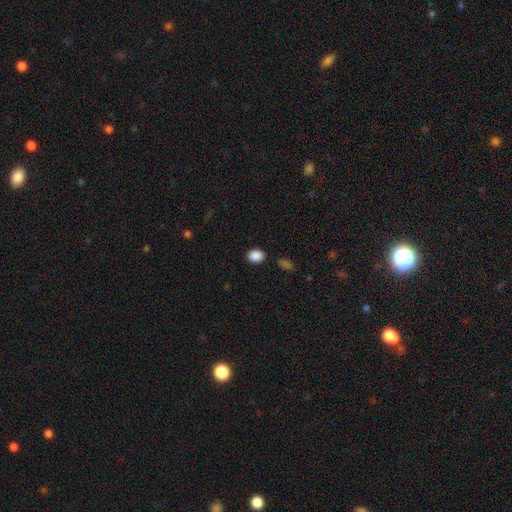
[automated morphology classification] smooth 88%, star or artifact 9%, featured or disk 3%. Down the decision tree: how rounded — in between (51%); merging — none (86%).